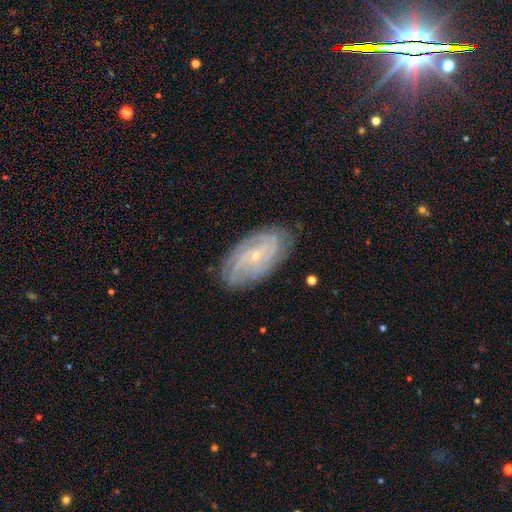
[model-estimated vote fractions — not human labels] Overall: featured or disk (79%). Edge-on disk: no (94%). Bar: no (67%). Spiral arms: yes (94%). Spiral arm count: can't tell (36%; 2 18%). Spiral winding: tight (63%; medium 28%). Bulge size: small (83%). Merging: none (81%).